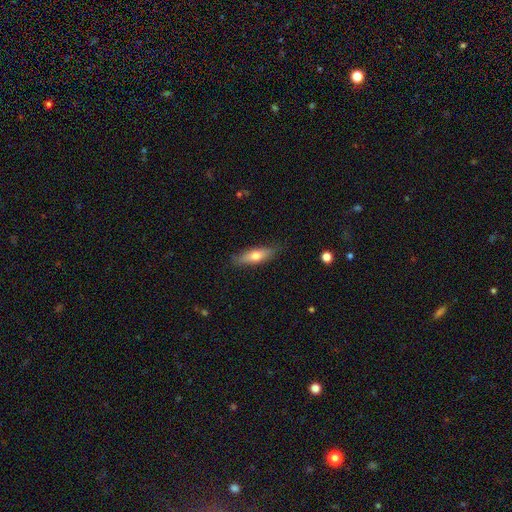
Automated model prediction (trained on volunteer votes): Smooth or featured? smooth (62%)
How rounded? cigar-shaped (55%)
Merging? none (83%)